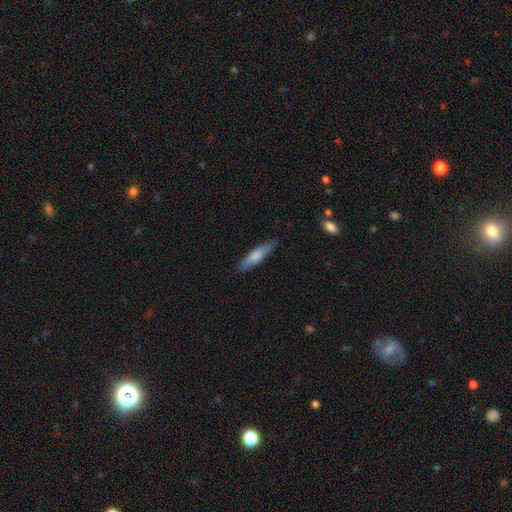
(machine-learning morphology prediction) The model was most divided on "smooth or featured": smooth: 73%, featured or disk: 21%, star or artifact: 5%. More confident: merging — none (84%); how rounded — cigar-shaped (79%).